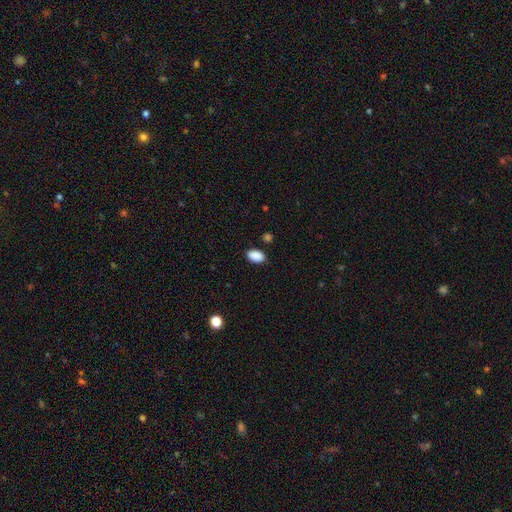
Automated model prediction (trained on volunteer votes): Q: Smooth or featured?
A: smooth (90%); runner-up: star or artifact (8%)
Q: How rounded?
A: in between (91%); runner-up: round (7%)
Q: Merging?
A: none (86%); runner-up: minor disturbance (10%)